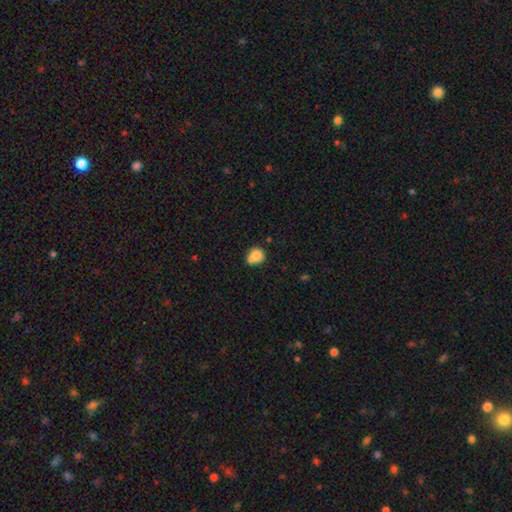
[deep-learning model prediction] This is likely a smooth galaxy (80%). How rounded: likely round (74%). Merging: possibly none (45%).